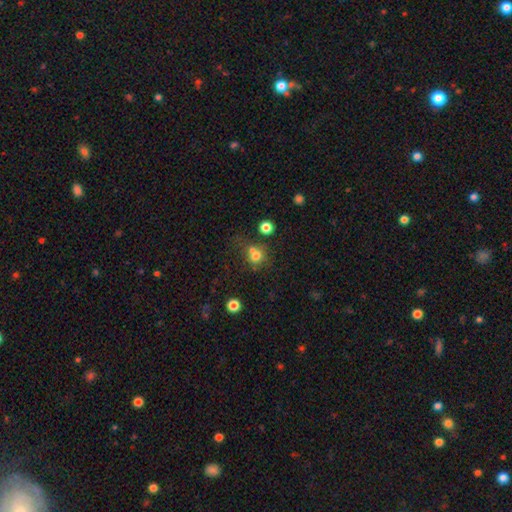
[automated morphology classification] Smooth or featured: smooth — 71% (star or artifact — 16%)
How rounded: round — 82% (in between — 17%)
Merging: none — 43% (merger — 42%)